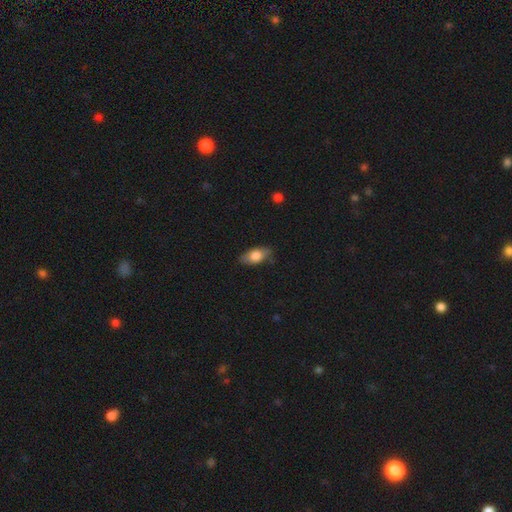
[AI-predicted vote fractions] This appears to be a smooth galaxy with no disk features (75%) that is in between round and cigar-shaped (89%). Merging: none (78%).